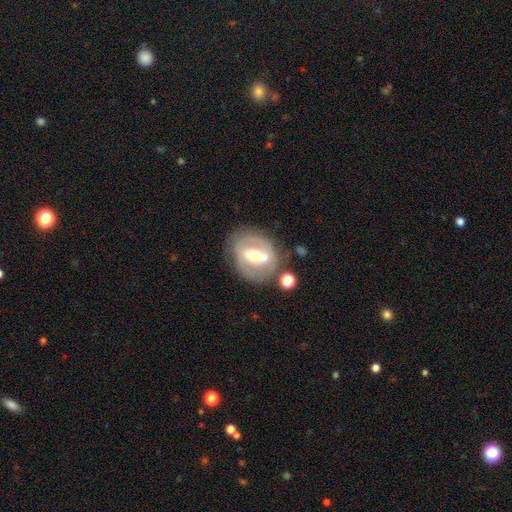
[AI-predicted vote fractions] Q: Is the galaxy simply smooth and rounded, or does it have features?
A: featured or disk — 70%.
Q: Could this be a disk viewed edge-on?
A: no — 94%.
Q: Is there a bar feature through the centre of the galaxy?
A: strong — 54%.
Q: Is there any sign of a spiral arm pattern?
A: yes — 55%.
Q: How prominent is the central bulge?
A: moderate — 59%.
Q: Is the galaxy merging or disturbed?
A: none — 68%.